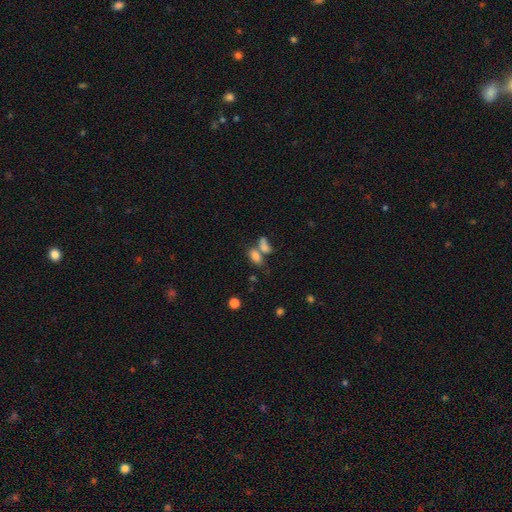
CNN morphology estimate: Q: Smooth or featured?
A: smooth (80%); runner-up: star or artifact (10%)
Q: How rounded?
A: in between (86%); runner-up: cigar-shaped (7%)
Q: Merging?
A: merger (48%); runner-up: none (36%)